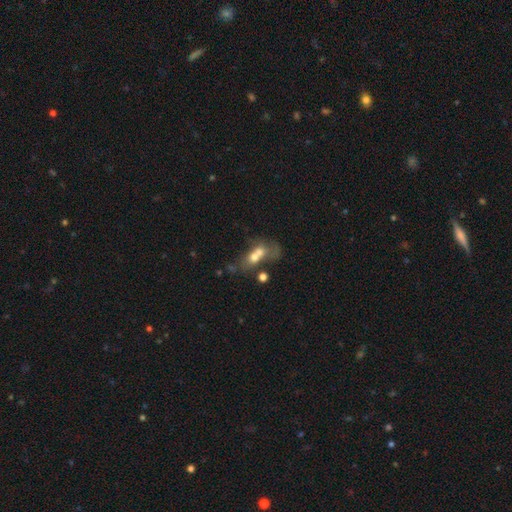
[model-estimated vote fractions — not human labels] A smooth galaxy with no disk features (58%) that is in between round and cigar-shaped (56%).

Vote fractions:
- Smooth or featured? smooth: 58% / featured or disk: 30% / star or artifact: 12%
- How rounded? in between: 56% / round: 37% / cigar-shaped: 6%
- Merging? merger: 67% / none: 16% / major disturbance: 10% / minor disturbance: 7%